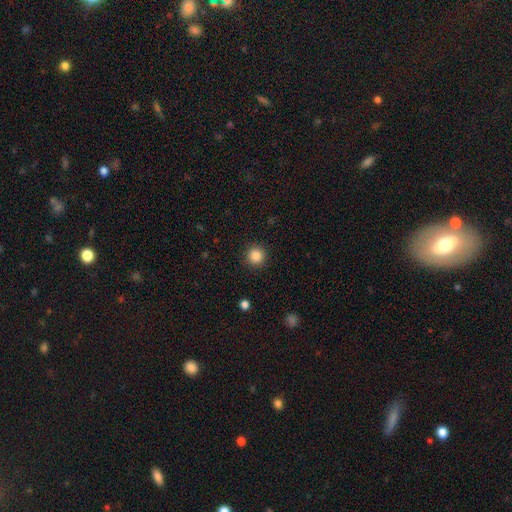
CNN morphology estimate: This is clearly a smooth galaxy (86%). How rounded: clearly round (95%). Merging: clearly none (92%).